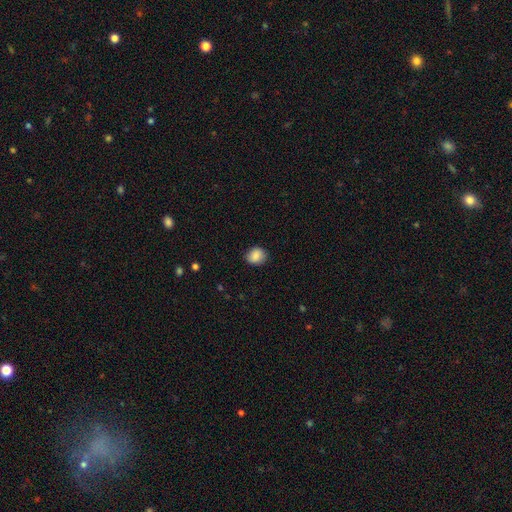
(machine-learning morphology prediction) Smooth or featured?
  - smooth: 87% *
  - star or artifact: 8%
  - featured or disk: 5%
How rounded?
  - round: 70% *
  - in between: 29%
  - cigar-shaped: 1%
Merging?
  - none: 87% *
  - minor disturbance: 10%
  - major disturbance: 2%
  - merger: 1%